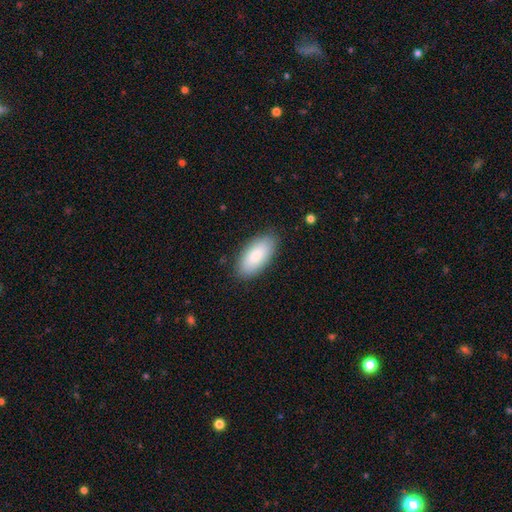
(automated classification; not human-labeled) smooth_or_featured: smooth (p=0.84) [alt: featured or disk p=0.10]
how_rounded: in between (p=0.91) [alt: cigar-shaped p=0.07]
merging: none (p=0.86) [alt: minor disturbance p=0.11]